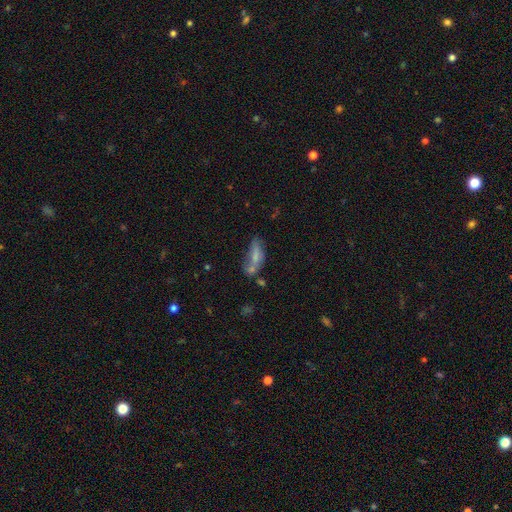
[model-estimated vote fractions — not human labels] Smooth or featured?
  - smooth: 66% *
  - featured or disk: 24%
  - star or artifact: 10%
How rounded?
  - in between: 67% *
  - cigar-shaped: 30%
  - round: 3%
Merging?
  - merger: 37% *
  - none: 30%
  - minor disturbance: 19%
  - major disturbance: 14%